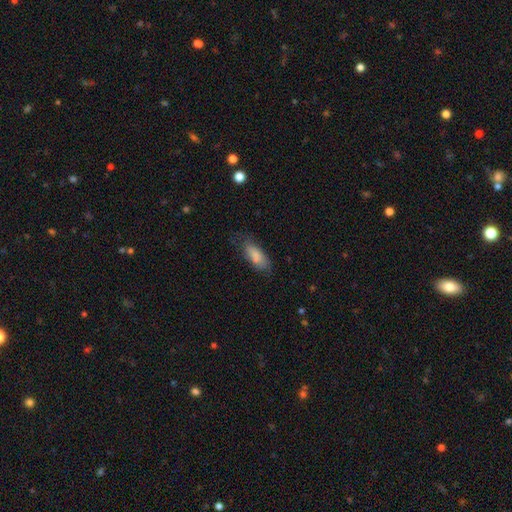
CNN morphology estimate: smooth 82%, featured or disk 11%, star or artifact 6%. Down the decision tree: how rounded — in between (78%); merging — none (64%).